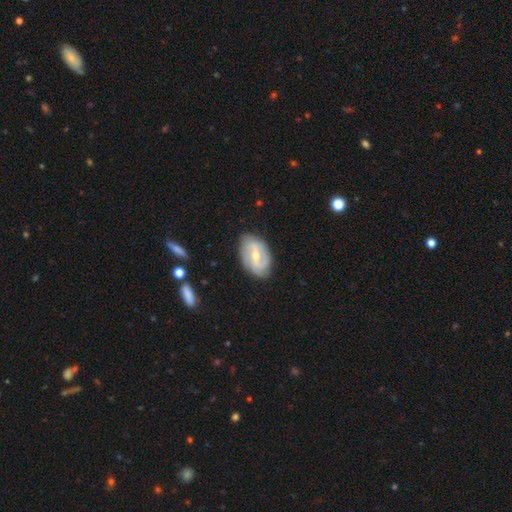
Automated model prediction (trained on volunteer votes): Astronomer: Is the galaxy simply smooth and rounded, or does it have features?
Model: featured or disk — 73%.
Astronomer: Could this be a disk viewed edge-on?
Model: no — 96%.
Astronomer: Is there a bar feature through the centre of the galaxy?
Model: weak — 51% (runner-up: strong, 27%).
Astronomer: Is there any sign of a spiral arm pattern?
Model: yes — 84%.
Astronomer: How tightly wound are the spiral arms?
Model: medium — 40% (runner-up: loose, 30%).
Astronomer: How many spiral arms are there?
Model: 2 — 75%.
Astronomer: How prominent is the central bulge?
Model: moderate — 52% (runner-up: small, 44%).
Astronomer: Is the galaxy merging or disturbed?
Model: none — 78%.